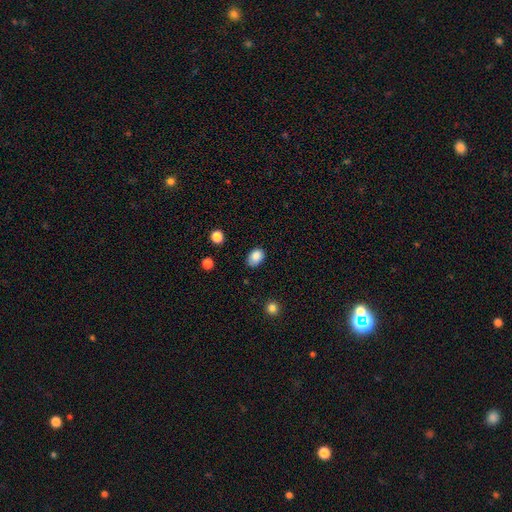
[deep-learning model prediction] Smooth or featured? Predicted: smooth (p=0.86). How rounded? Predicted: in between (p=0.78). Merging? Predicted: none (p=0.76).